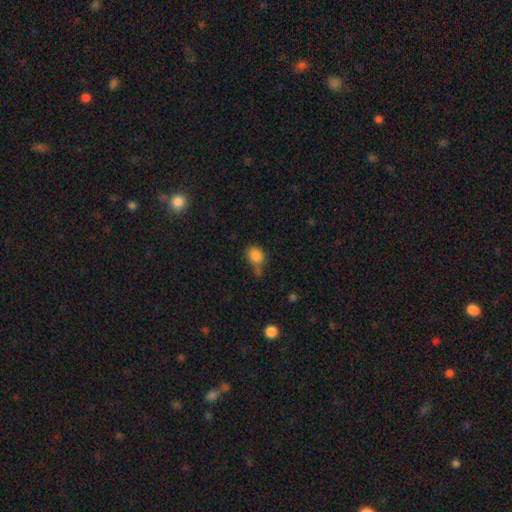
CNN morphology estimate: A smooth galaxy with no disk features (84%) that is round (63%).

Vote fractions:
- Smooth or featured? smooth: 84% / star or artifact: 10% / featured or disk: 6%
- How rounded? round: 63% / in between: 36% / cigar-shaped: 1%
- Merging? none: 43% / minor disturbance: 27% / merger: 17% / major disturbance: 12%